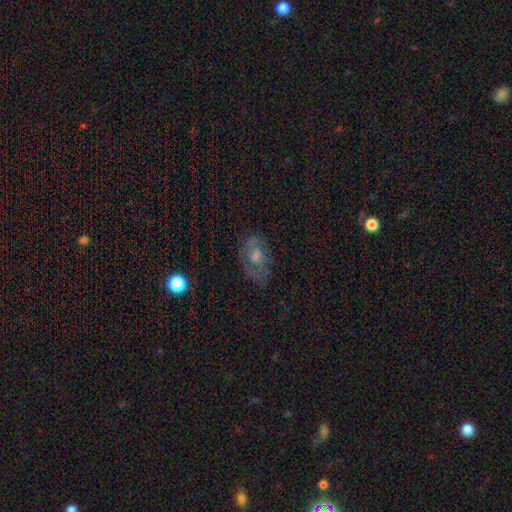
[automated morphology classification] Smooth or featured: featured or disk — 60% (smooth — 26%)
Edge-on disk: no — 93% (yes — 7%)
Bar: no — 70% (weak — 25%)
Spiral arms: yes — 67% (no — 33%)
Bulge size: moderate — 59% (small — 24%)
Merging: none — 72% (minor disturbance — 18%)